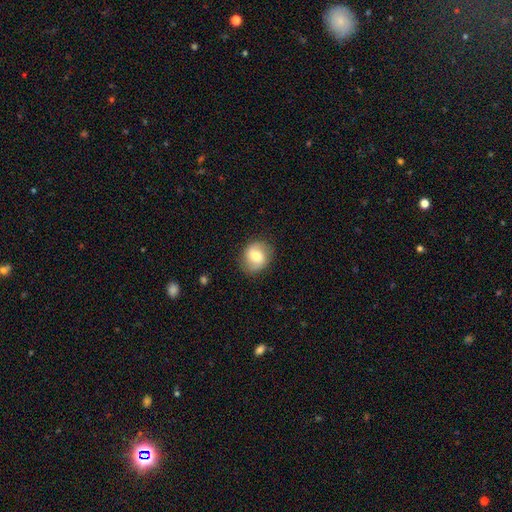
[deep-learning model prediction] smooth-or-featured: smooth: 63% | featured or disk: 29% | star or artifact: 8%
  how-rounded: round: 68% | in between: 31% | cigar-shaped: 1%
  merging: none: 84% | minor disturbance: 11% | major disturbance: 4% | merger: 1%